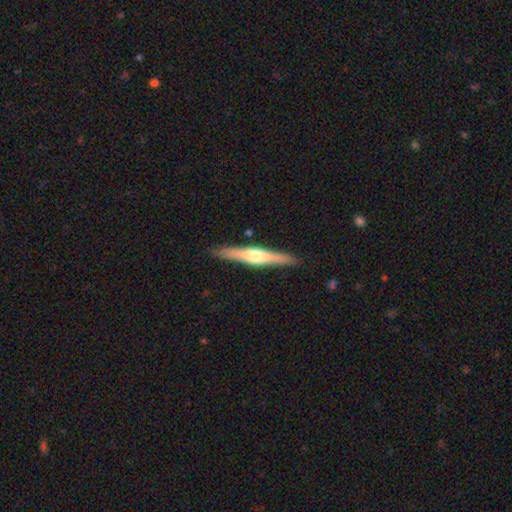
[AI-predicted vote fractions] A featured or disk galaxy (66%) viewed edge-on (97%) with a rounded central bulge (86%). Merging: none (90%).